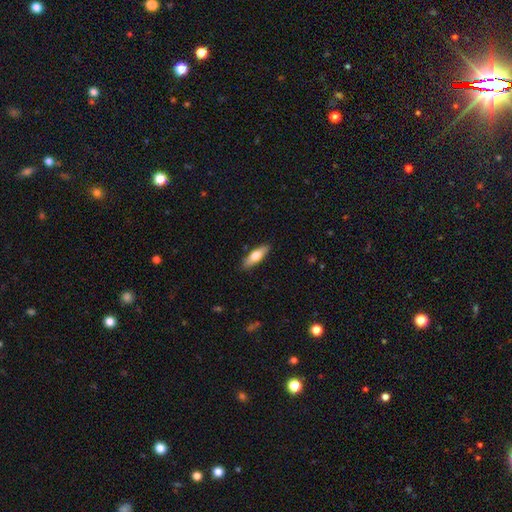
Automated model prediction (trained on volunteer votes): Smooth or featured?
  - smooth: 62% *
  - featured or disk: 32%
  - star or artifact: 5%
How rounded?
  - cigar-shaped: 53% *
  - in between: 45%
  - round: 2%
Merging?
  - none: 88% *
  - minor disturbance: 9%
  - major disturbance: 2%
  - merger: 1%